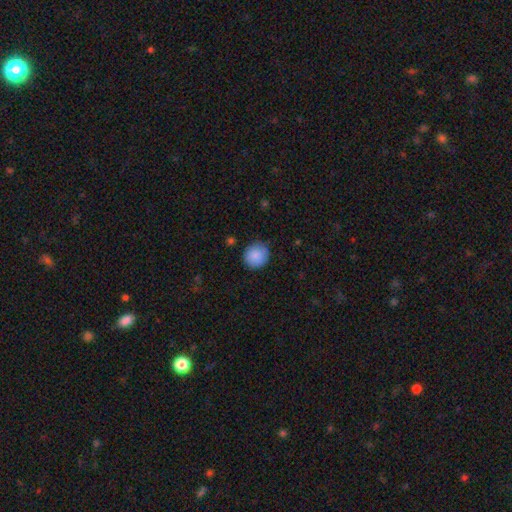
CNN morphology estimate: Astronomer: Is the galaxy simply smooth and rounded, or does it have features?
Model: smooth — 88%.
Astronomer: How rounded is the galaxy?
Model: round — 90%.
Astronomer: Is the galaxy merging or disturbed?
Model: none — 84%.